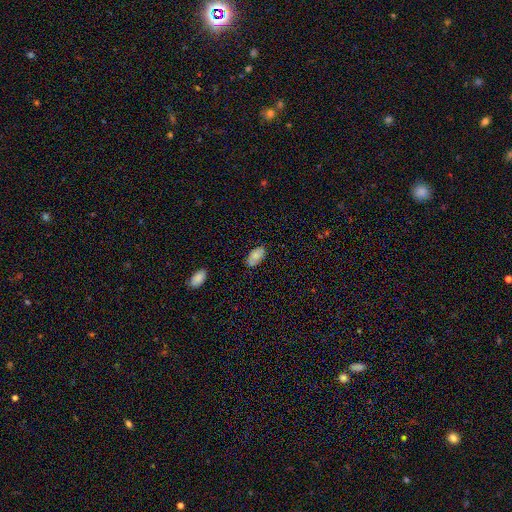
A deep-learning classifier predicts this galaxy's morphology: smooth_or_featured: smooth (p=0.80) [alt: featured or disk p=0.12]
how_rounded: in between (p=0.94) [alt: round p=0.03]
merging: none (p=0.76) [alt: minor disturbance p=0.18]